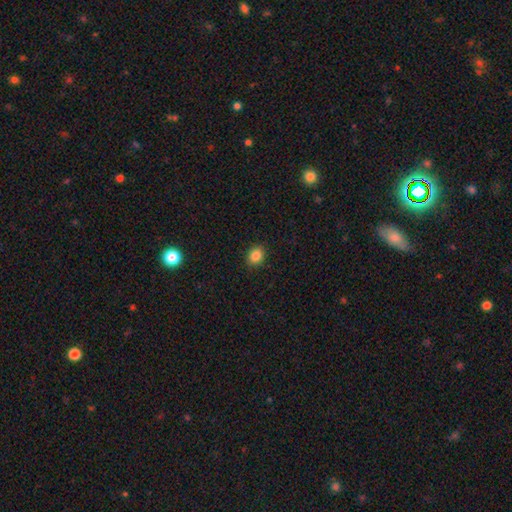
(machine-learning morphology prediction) Smooth or featured? Predicted: smooth (p=0.85). How rounded? Predicted: round (p=0.53). Merging? Predicted: none (p=0.90).